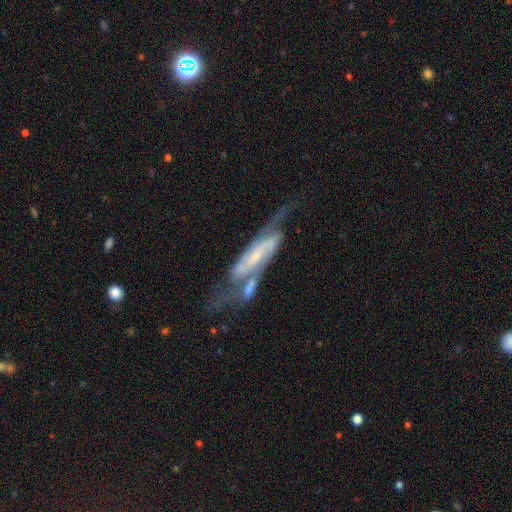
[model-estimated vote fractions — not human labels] The model was most divided on "bar": strong: 41%, weak: 34%, no: 25%. Remaining: spiral arms — yes (93%); spiral arm count — 2 (84%); smooth or featured — featured or disk (83%); edge-on disk — no (81%); bulge size — small (62%); spiral winding — medium (45%); merging — none (43%).